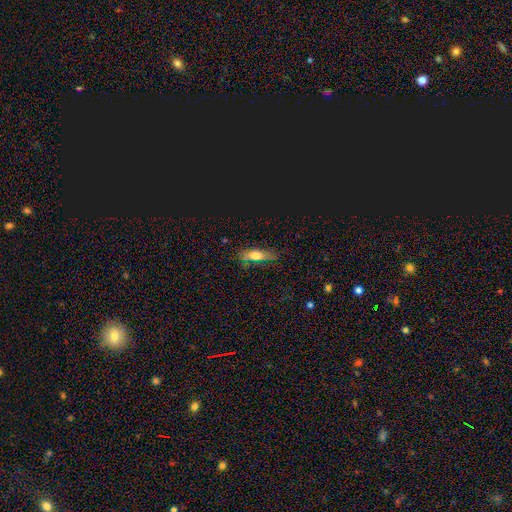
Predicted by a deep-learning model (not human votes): Morphology: type=smooth (63%); roundness=in between (56%); merging=none (76%).